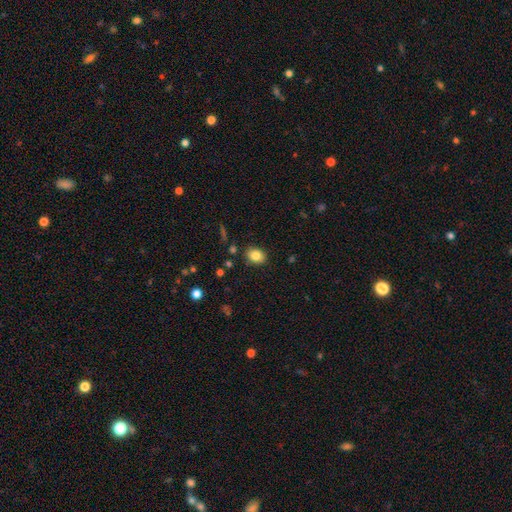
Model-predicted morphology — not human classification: A smooth galaxy with no disk features (83%) that is in between round and cigar-shaped (56%). Merging: none (87%).